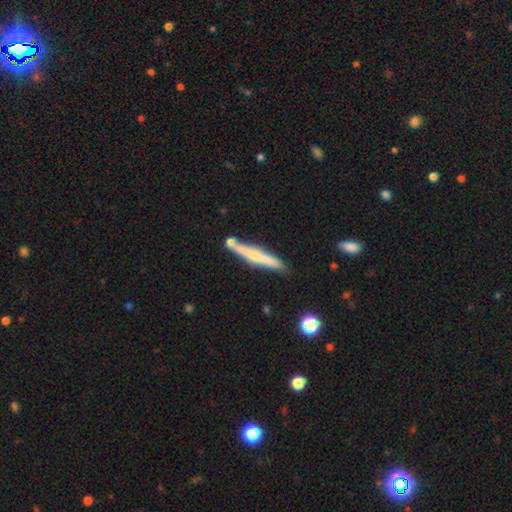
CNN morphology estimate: Overall: smooth (49%; featured or disk 45%). Merging: none (76%).